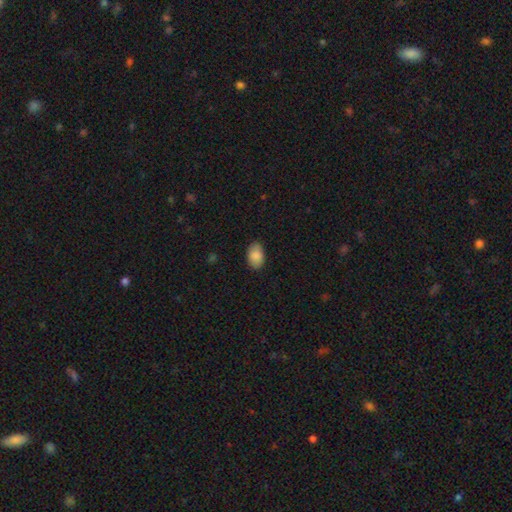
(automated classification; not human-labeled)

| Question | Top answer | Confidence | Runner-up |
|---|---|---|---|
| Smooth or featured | smooth | 89% | star or artifact (7%) |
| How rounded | in between | 88% | round (11%) |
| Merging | none | 85% | minor disturbance (12%) |